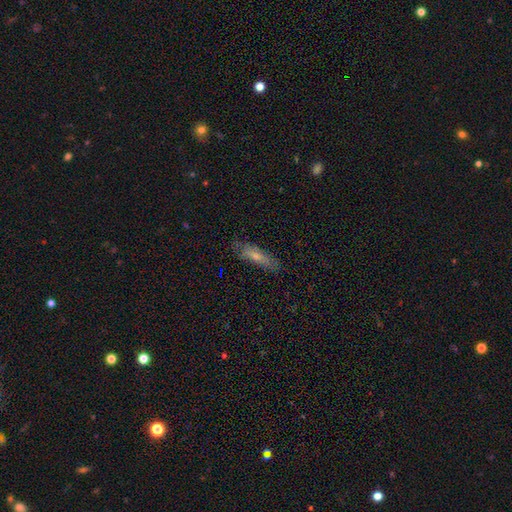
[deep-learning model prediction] smooth_or_featured: smooth (p=0.47) [alt: featured or disk p=0.40]
merging: none (p=0.78) [alt: minor disturbance p=0.17]